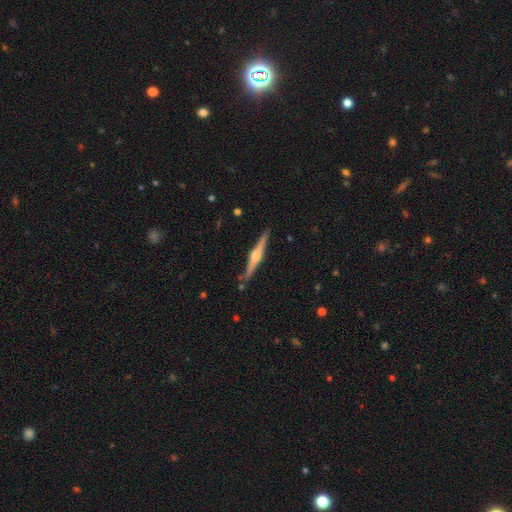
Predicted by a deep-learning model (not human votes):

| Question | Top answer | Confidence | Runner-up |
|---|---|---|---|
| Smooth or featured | featured or disk | 80% | smooth (15%) |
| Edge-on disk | yes | 98% | no (2%) |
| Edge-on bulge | rounded | 93% | boxy (4%) |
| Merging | none | 87% | minor disturbance (9%) |